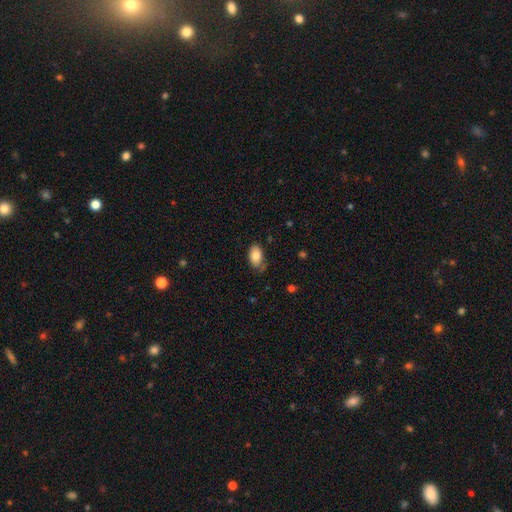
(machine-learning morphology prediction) Smooth or featured? Predicted: smooth (p=0.82). How rounded? Predicted: in between (p=0.93). Merging? Predicted: none (p=0.61).